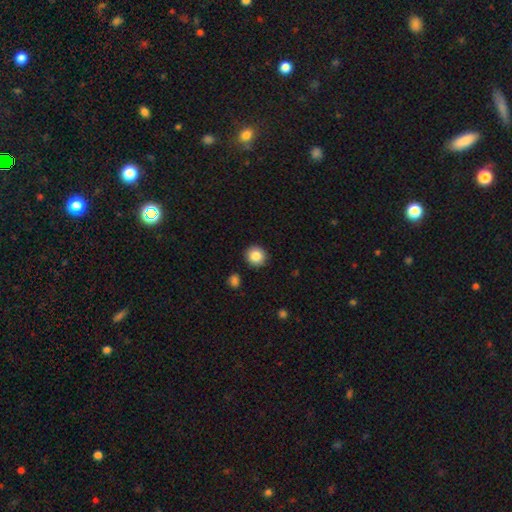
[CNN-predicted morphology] Overall: smooth (86%). How rounded: round (92%). Merging: none (90%).